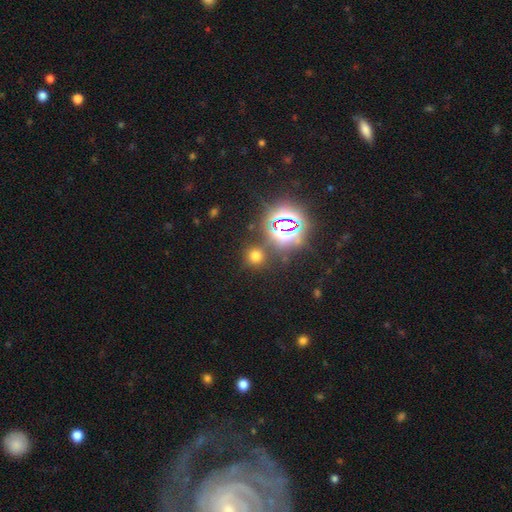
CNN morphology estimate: type=smooth (57%); roundness=round (87%); merging=none (81%).